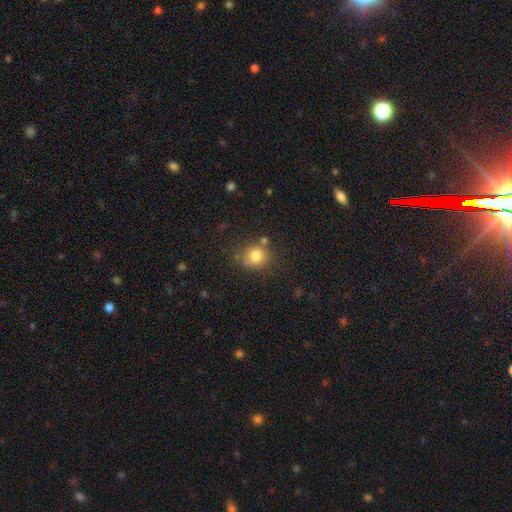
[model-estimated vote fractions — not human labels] A smooth galaxy with no disk features (79%) that is round (78%). Merging: none (64%).